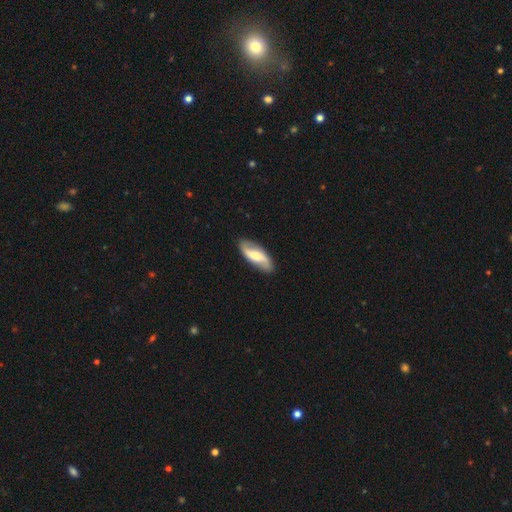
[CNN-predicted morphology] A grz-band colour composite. It shows a featured or disk galaxy (63%) with a weak bar (41%), 2 (91%) loose (64%) spiral arms (90%) and a moderate central bulge (48%). Merging: none (86%).